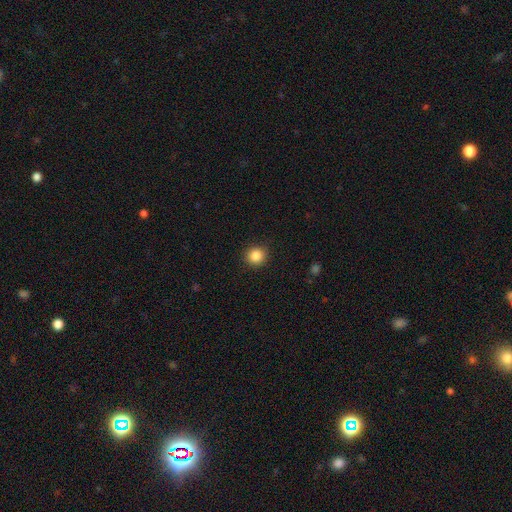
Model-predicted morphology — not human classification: Overall: smooth (86%). How rounded: round (91%). Merging: none (90%).